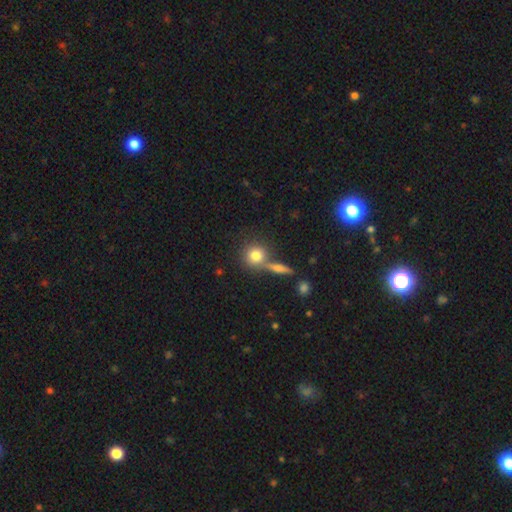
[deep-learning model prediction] Morphology: type=smooth (78%); roundness=round (86%); merging=none (61%).